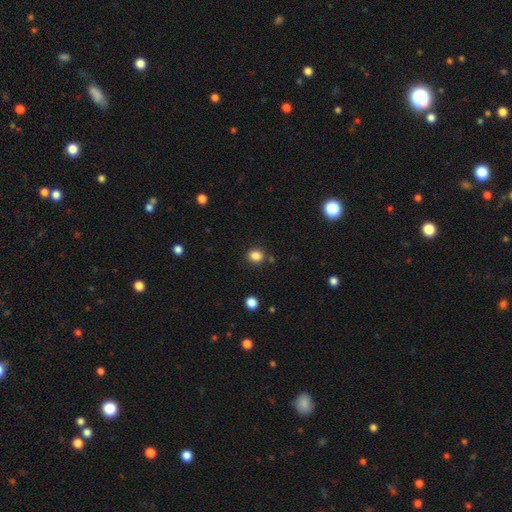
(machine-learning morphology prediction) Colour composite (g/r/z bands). It shows a smooth galaxy with no disk features (85%) that is round (61%). Merging: none (83%).